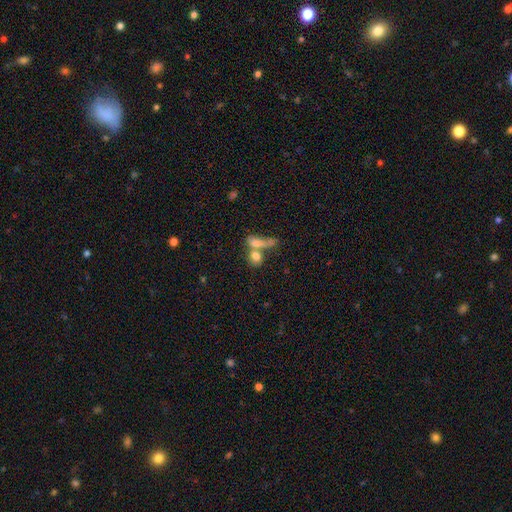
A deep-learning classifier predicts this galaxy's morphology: Smooth or featured? smooth (74%)
How rounded? in between (47%)
Merging? merger (56%)